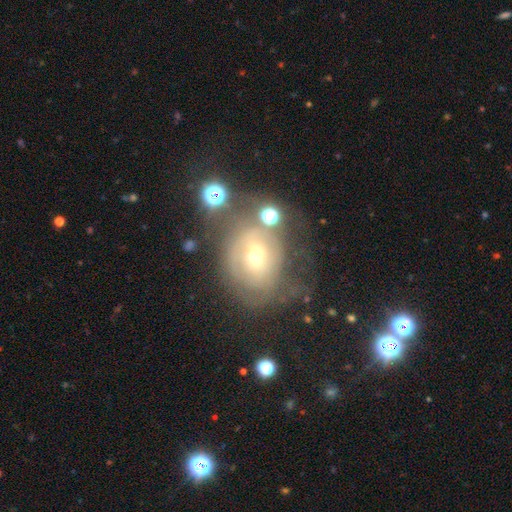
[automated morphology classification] A featured or disk galaxy (53%) with no bar (66%), spiral arms (50%, tied with no) and a small central bulge (50%). Merging: none (40%).